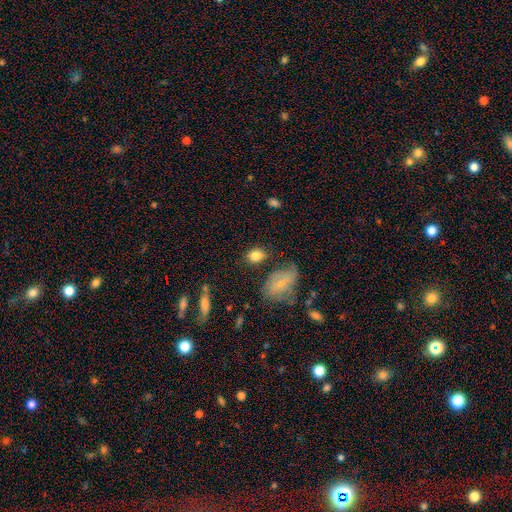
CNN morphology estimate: smooth 83%, featured or disk 9%, star or artifact 8%. Down the decision tree: how rounded — in between (66%); merging — none (70%).